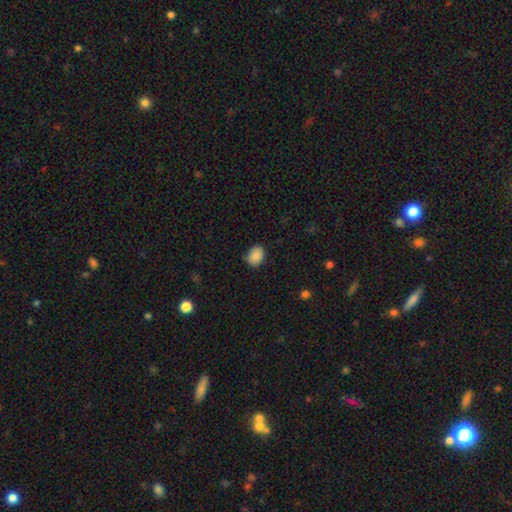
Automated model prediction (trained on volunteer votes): A smooth galaxy with no disk features (88%) that is in between round and cigar-shaped (64%). Merging: none (80%).